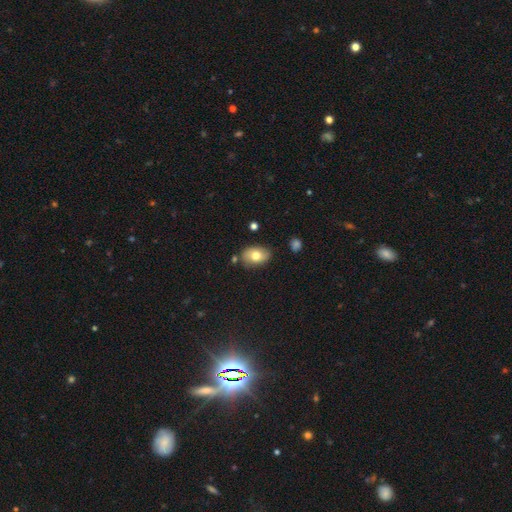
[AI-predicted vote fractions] Smooth or featured: smooth — 75% (featured or disk — 17%)
How rounded: in between — 84% (round — 15%)
Merging: none — 77% (minor disturbance — 15%)